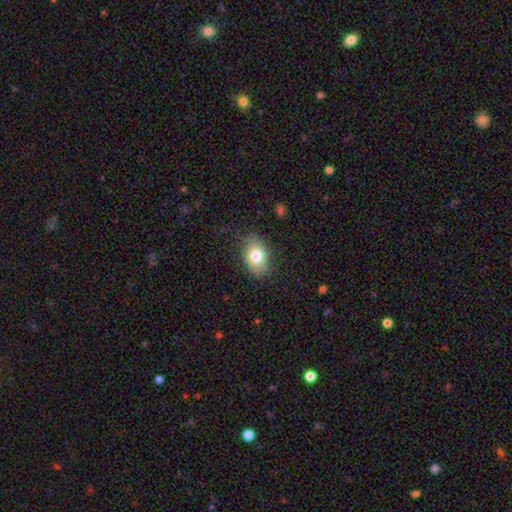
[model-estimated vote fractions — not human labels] A smooth galaxy with no disk features (79%) that is in between round and cigar-shaped (79%).

Vote fractions:
- Smooth or featured? smooth: 79% / featured or disk: 13% / star or artifact: 8%
- How rounded? in between: 79% / round: 19% / cigar-shaped: 1%
- Merging? none: 77% / minor disturbance: 18% / major disturbance: 4% / merger: 1%